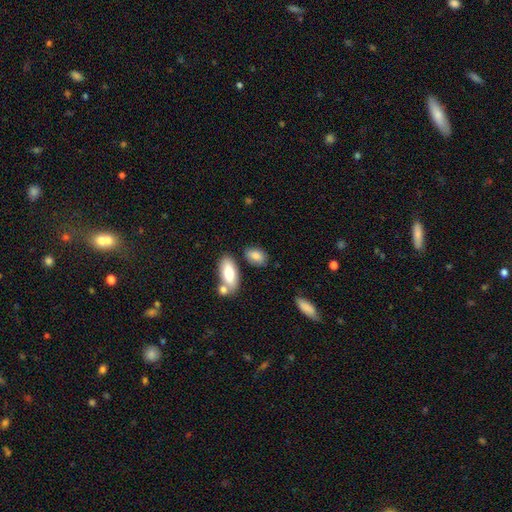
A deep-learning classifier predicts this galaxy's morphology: This appears to be a smooth galaxy with no disk features (83%) that is in between round and cigar-shaped (88%). Merging: none (69%).